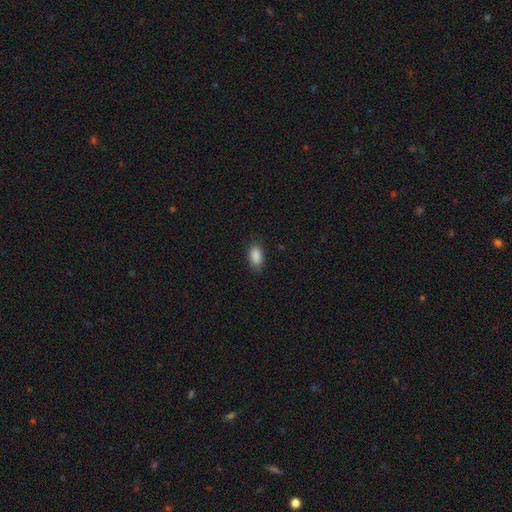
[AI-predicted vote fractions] Smooth or featured? smooth (89%)
How rounded? in between (92%)
Merging? none (84%)